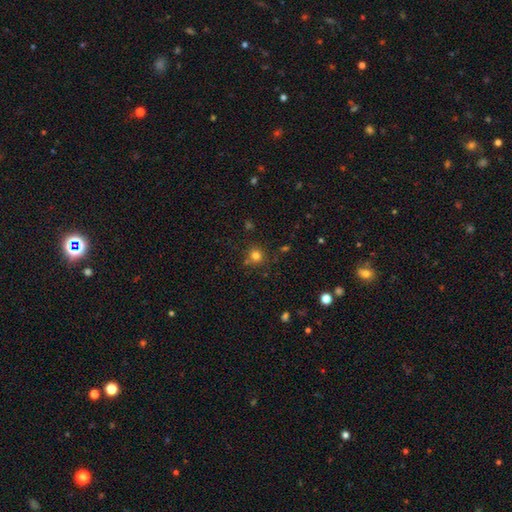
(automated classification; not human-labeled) A smooth galaxy with no disk features (78%) that is round (91%). Merging: none (80%).